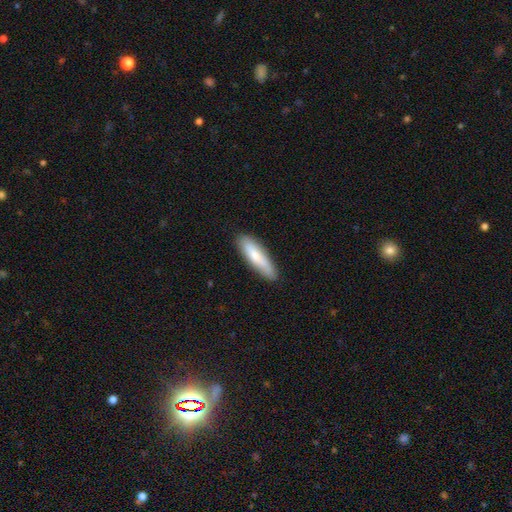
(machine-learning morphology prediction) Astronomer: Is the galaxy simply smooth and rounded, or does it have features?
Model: smooth — 76%.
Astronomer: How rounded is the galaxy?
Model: cigar-shaped — 71%.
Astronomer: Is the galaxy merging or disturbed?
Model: none — 82%.